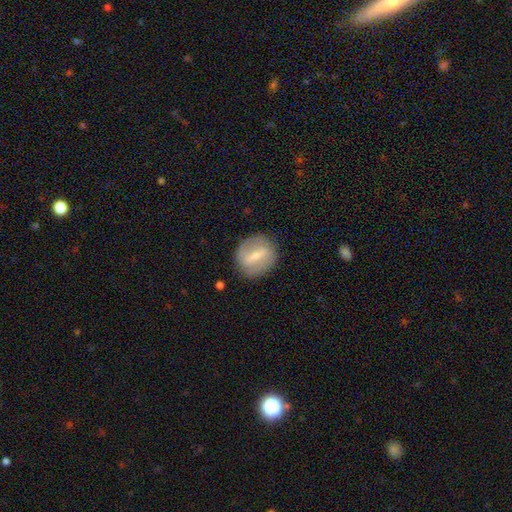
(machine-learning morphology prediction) Smooth or featured? Predicted: featured or disk (p=0.64). Edge-on disk? Predicted: no (p=0.92). Bar? Predicted: strong (p=0.60). Spiral arms? Predicted: yes (p=0.53). Bulge size? Predicted: small (p=0.62). Merging? Predicted: none (p=0.83).